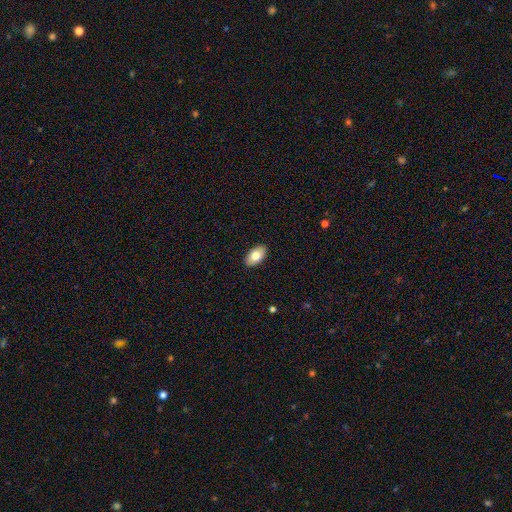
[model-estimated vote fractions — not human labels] smooth 79%, featured or disk 15%, star or artifact 7%. Down the decision tree: how rounded — in between (94%); merging — none (90%).